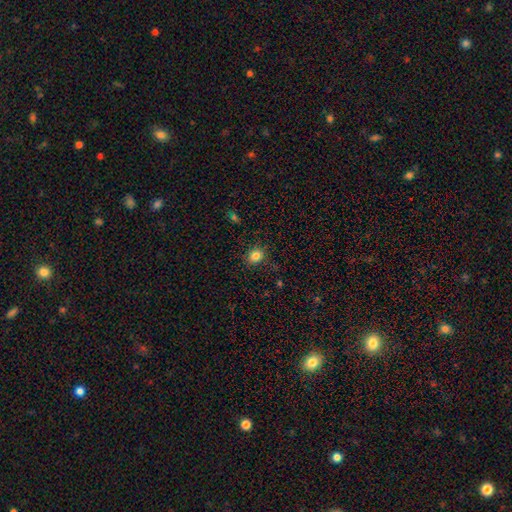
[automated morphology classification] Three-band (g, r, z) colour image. It shows a smooth galaxy with no disk features (82%) that is round (63%). Merging: none (86%).